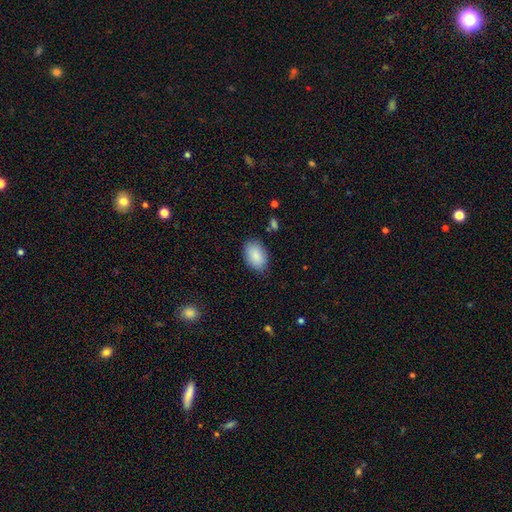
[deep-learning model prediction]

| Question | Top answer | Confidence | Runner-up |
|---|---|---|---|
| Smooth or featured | smooth | 88% | star or artifact (6%) |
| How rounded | in between | 91% | round (8%) |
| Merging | none | 82% | minor disturbance (14%) |